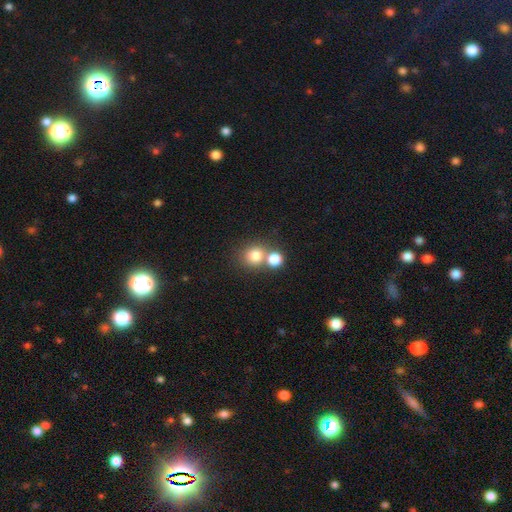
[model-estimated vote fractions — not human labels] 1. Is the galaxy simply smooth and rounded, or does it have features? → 79% smooth, 12% star or artifact, 9% featured or disk.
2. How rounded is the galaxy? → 85% round, 14% in between, 1% cigar-shaped.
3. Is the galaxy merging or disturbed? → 50% none, 40% merger, 7% minor disturbance, 3% major disturbance.